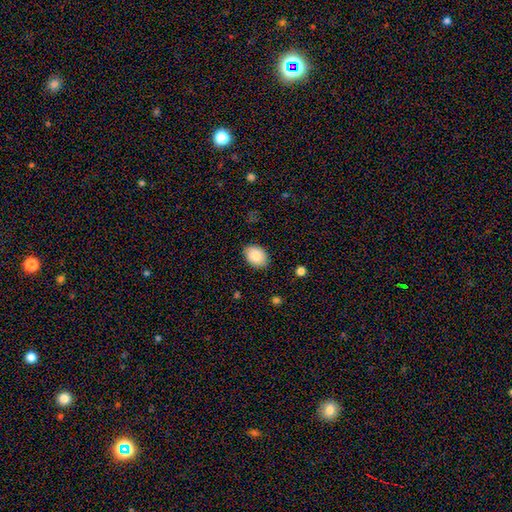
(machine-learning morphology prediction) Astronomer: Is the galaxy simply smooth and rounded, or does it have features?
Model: smooth — 86%.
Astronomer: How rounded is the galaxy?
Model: in between — 78%.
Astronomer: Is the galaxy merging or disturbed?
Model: none — 85%.